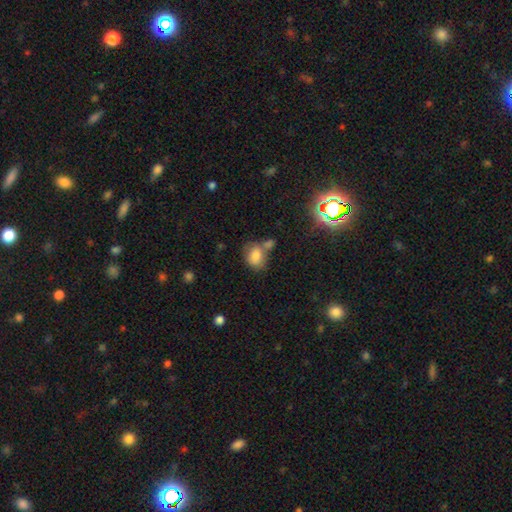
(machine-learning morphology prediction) Smooth or featured? smooth (79%)
How rounded? in between (56%)
Merging? none (50%)